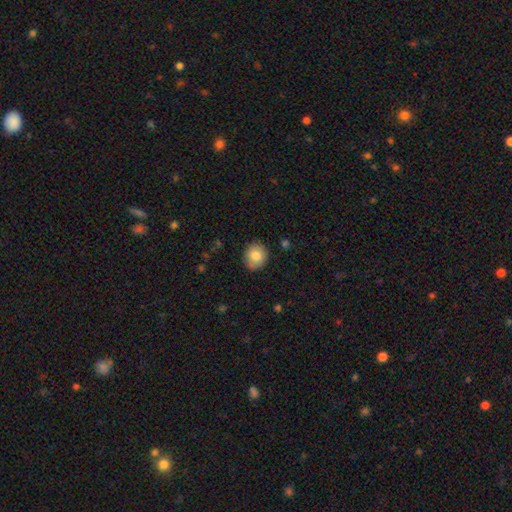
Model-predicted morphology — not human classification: smooth 80%, featured or disk 11%, star or artifact 8%. Down the decision tree: how rounded — round (77%); merging — none (85%).